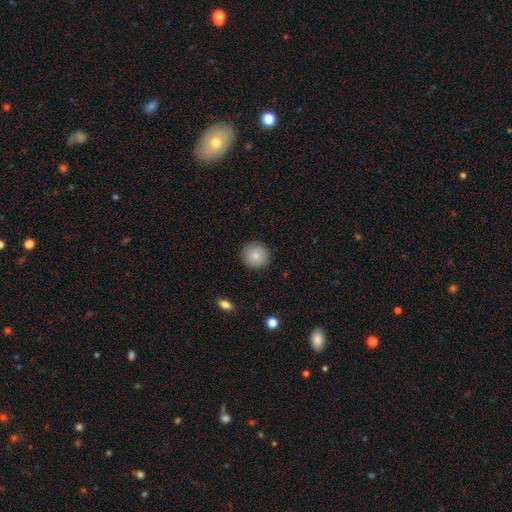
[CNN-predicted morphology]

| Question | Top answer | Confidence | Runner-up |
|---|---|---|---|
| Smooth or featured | smooth | 80% | featured or disk (12%) |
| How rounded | round | 93% | in between (6%) |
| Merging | none | 88% | minor disturbance (9%) |